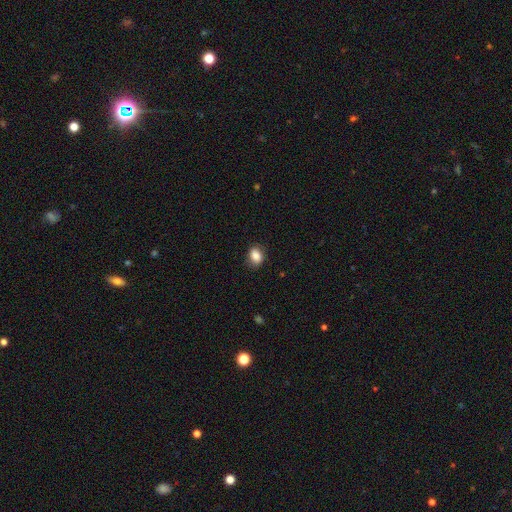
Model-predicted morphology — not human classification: Smooth or featured? smooth (86%)
How rounded? in between (65%)
Merging? none (82%)